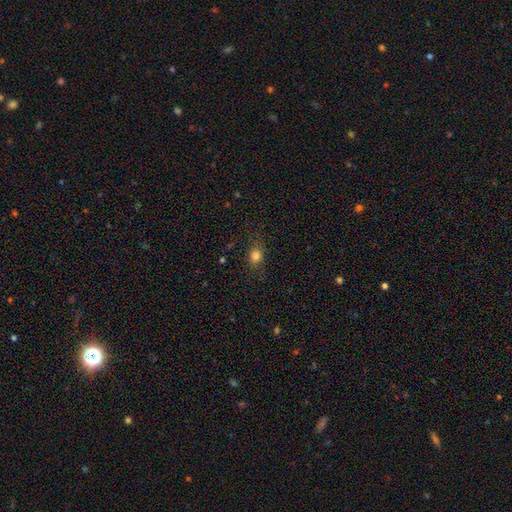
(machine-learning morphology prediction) Smooth or featured? Predicted: smooth (p=0.81). How rounded? Predicted: round (p=0.58). Merging? Predicted: none (p=0.82).